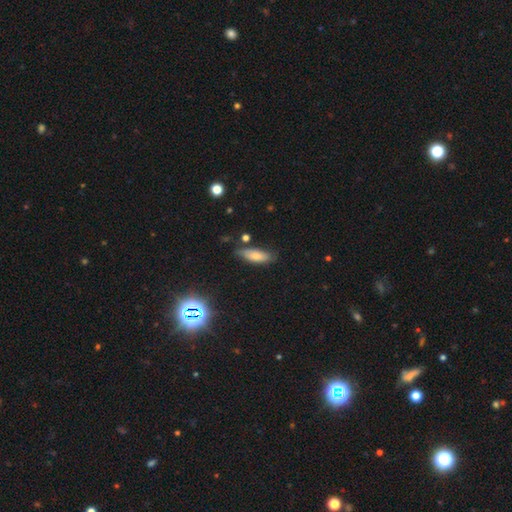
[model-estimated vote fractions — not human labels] This appears to be a smooth galaxy with no disk features (72%) that is in between round and cigar-shaped (67%). Merging: none (71%).